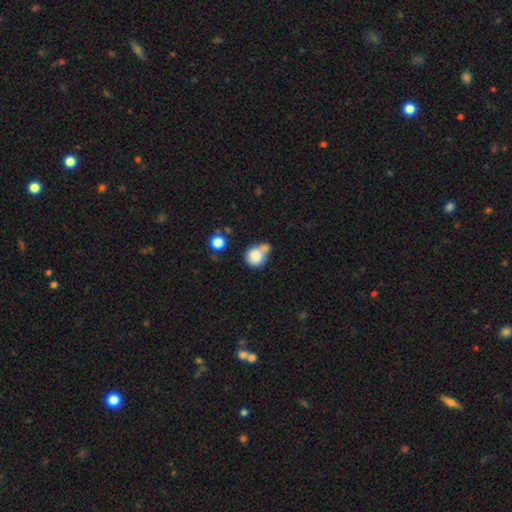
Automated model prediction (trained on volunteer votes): Morphology: type=smooth (81%); roundness=round (72%); merging=merger (41%).